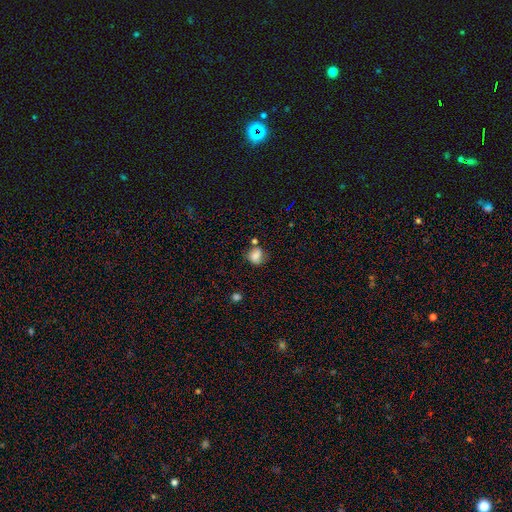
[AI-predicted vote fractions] Smooth or featured? Predicted: smooth (p=0.74). How rounded? Predicted: round (p=0.65). Merging? Predicted: none (p=0.56).